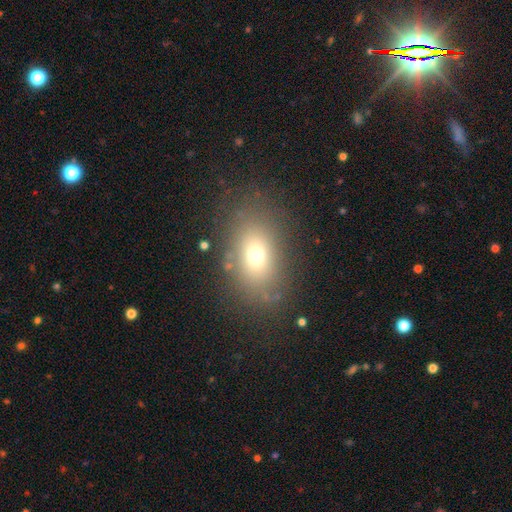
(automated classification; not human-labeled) Smooth or featured? Predicted: smooth (p=0.66). How rounded? Predicted: in between (p=0.75). Merging? Predicted: none (p=0.78).